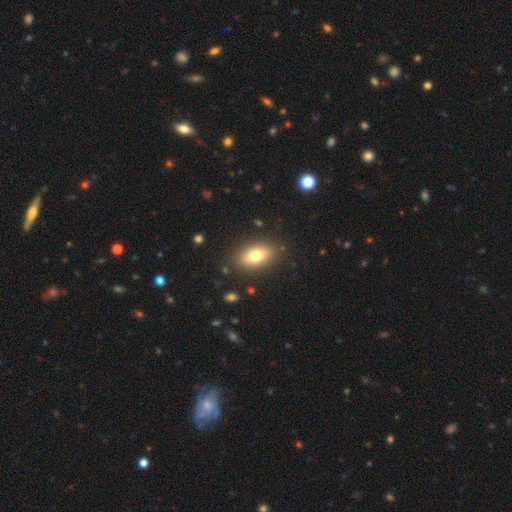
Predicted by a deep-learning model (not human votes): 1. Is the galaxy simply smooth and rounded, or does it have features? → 74% smooth, 17% featured or disk, 9% star or artifact.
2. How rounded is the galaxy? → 85% in between, 11% round, 5% cigar-shaped.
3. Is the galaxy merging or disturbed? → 85% none, 10% minor disturbance, 3% major disturbance, 2% merger.